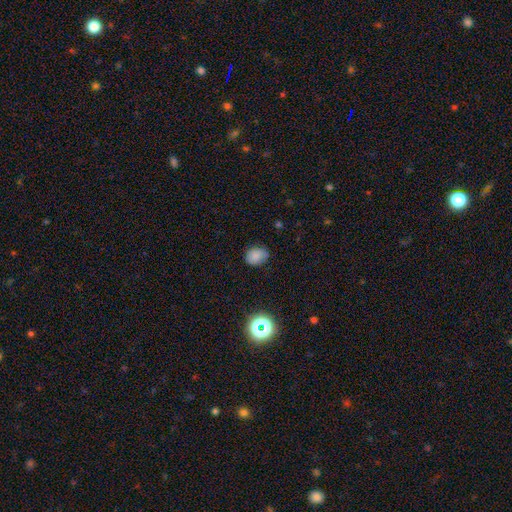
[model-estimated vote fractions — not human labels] The model was most divided on "how rounded": in between: 55%, round: 45%, cigar-shaped: 1%. More confident: smooth or featured — smooth (80%); merging — none (77%).